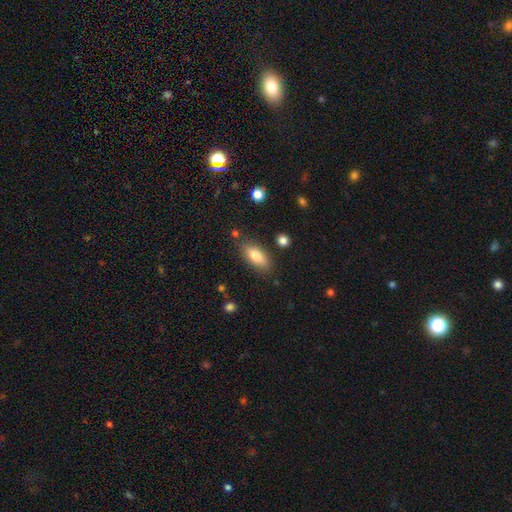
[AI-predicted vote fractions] Smooth or featured: smooth — 79% (featured or disk — 14%)
How rounded: in between — 77% (cigar-shaped — 20%)
Merging: none — 81% (minor disturbance — 12%)